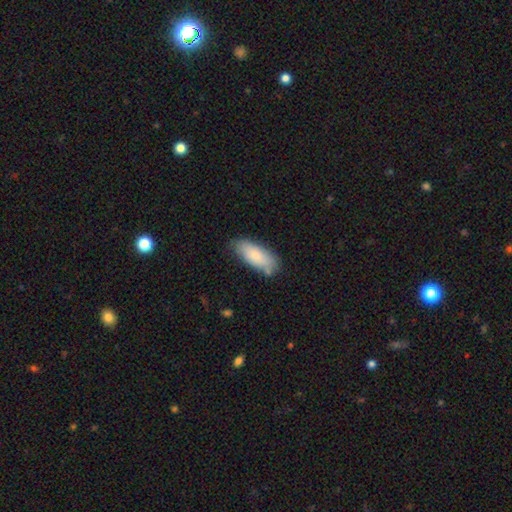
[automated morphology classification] smooth_or_featured: smooth (p=0.84) [alt: featured or disk p=0.10]
how_rounded: in between (p=0.80) [alt: cigar-shaped p=0.18]
merging: none (p=0.73) [alt: minor disturbance p=0.19]